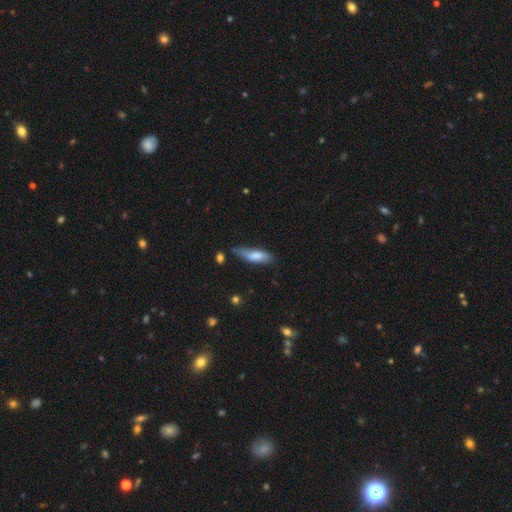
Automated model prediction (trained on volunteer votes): smooth_or_featured: smooth (p=0.73) [alt: featured or disk p=0.20]
how_rounded: cigar-shaped (p=0.50) [alt: in between p=0.48]
merging: none (p=0.54) [alt: minor disturbance p=0.32]